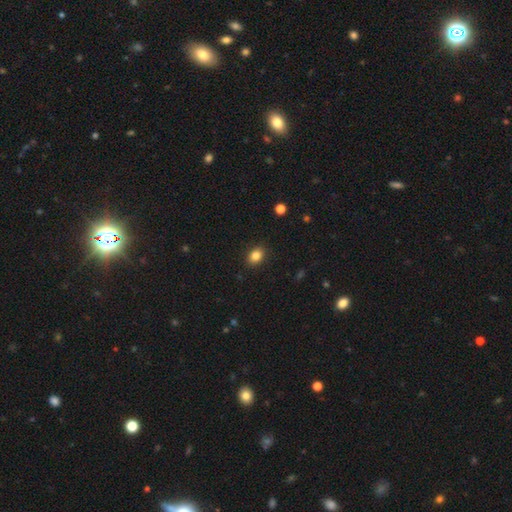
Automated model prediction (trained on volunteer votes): Smooth or featured? Predicted: smooth (p=0.84). How rounded? Predicted: in between (p=0.68). Merging? Predicted: none (p=0.89).